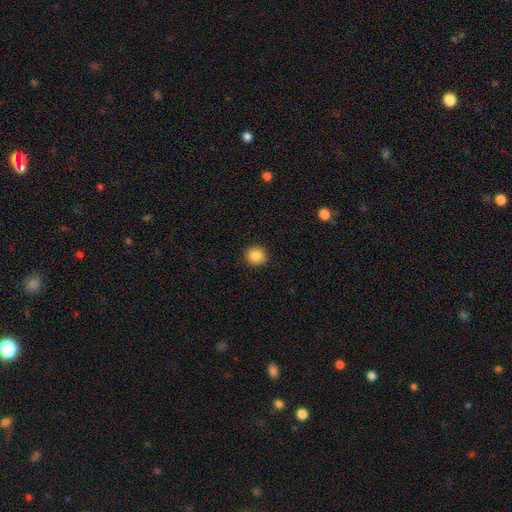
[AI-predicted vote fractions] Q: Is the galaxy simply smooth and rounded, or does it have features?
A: smooth — 86%.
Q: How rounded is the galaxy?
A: round — 92%.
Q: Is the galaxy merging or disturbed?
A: none — 91%.